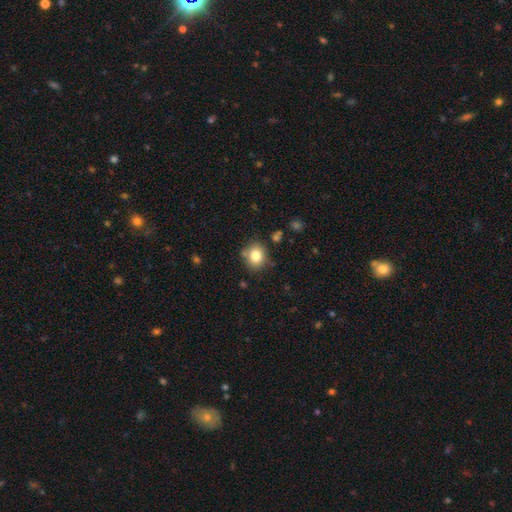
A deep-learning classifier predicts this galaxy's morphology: Smooth or featured: smooth — 80% (star or artifact — 11%)
How rounded: round — 73% (in between — 26%)
Merging: none — 80% (minor disturbance — 12%)